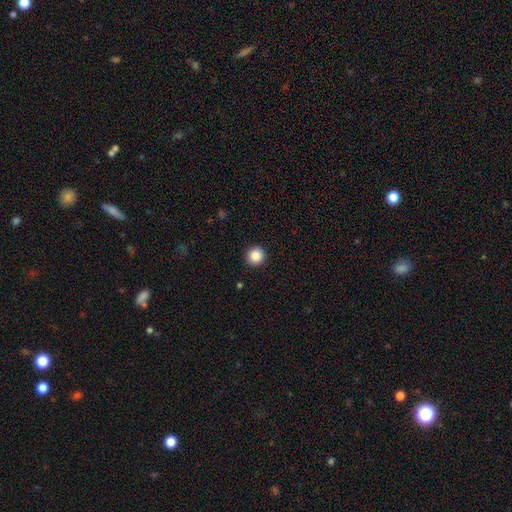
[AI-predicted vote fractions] A smooth galaxy with no disk features (87%) that is round (94%).

Vote fractions:
- Smooth or featured? smooth: 87% / star or artifact: 10% / featured or disk: 3%
- How rounded? round: 94% / in between: 5% / cigar-shaped: 1%
- Merging? none: 93% / minor disturbance: 5% / major disturbance: 2% / merger: 1%